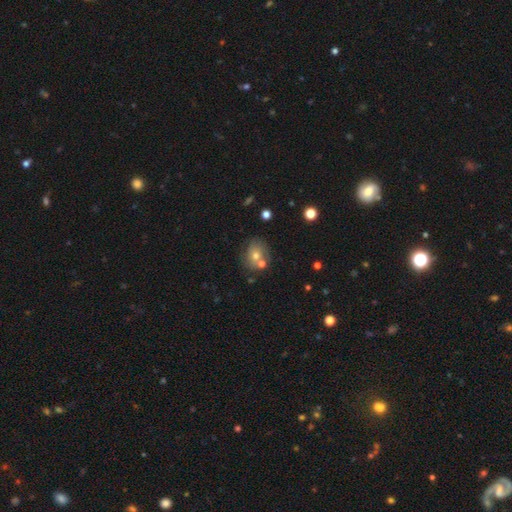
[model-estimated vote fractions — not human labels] smooth-or-featured: smooth: 64% | featured or disk: 24% | star or artifact: 12%
  how-rounded: round: 64% | in between: 35% | cigar-shaped: 1%
  merging: none: 59% | merger: 21% | minor disturbance: 15% | major disturbance: 5%